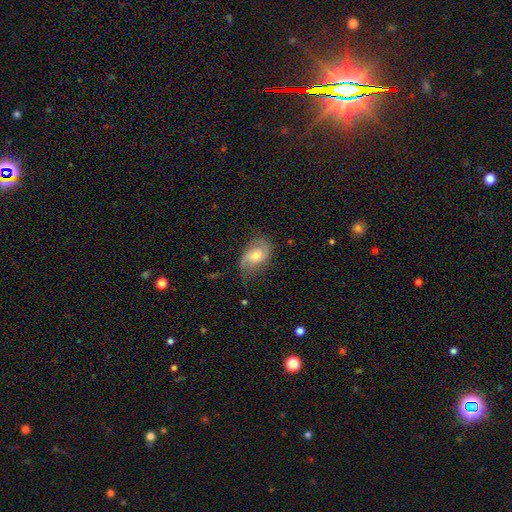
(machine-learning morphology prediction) A featured or disk galaxy (52%).

Vote fractions:
- Smooth or featured? featured or disk: 52% / smooth: 39% / star or artifact: 9%
- Edge-on disk? no: 94% / yes: 6%
- Merging? none: 61% / minor disturbance: 27% / major disturbance: 10% / merger: 1%